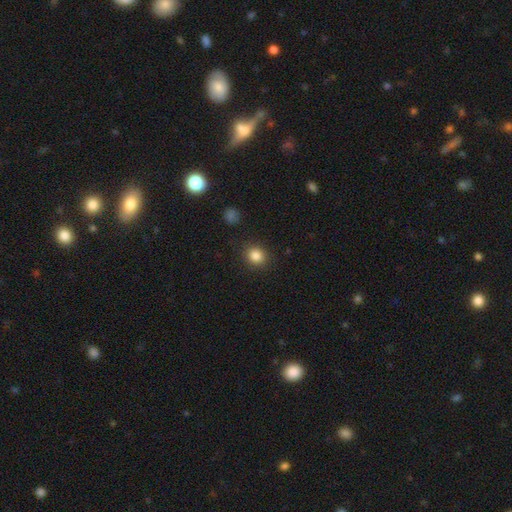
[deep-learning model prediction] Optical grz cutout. It shows a smooth galaxy with no disk features (85%) that is round (80%). Merging: none (88%).